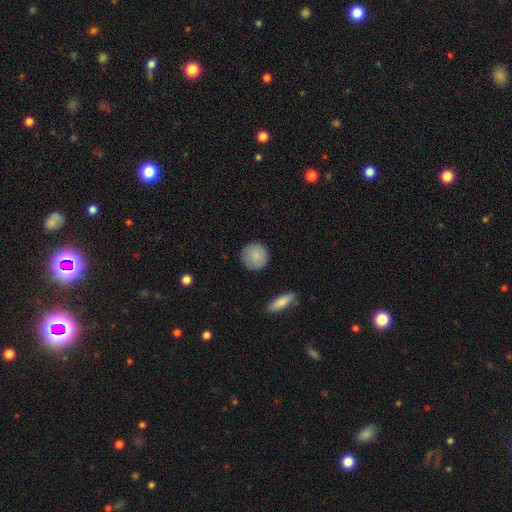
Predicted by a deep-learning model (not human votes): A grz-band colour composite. It shows a smooth galaxy with no disk features (87%) that is round (93%). Merging: none (88%).